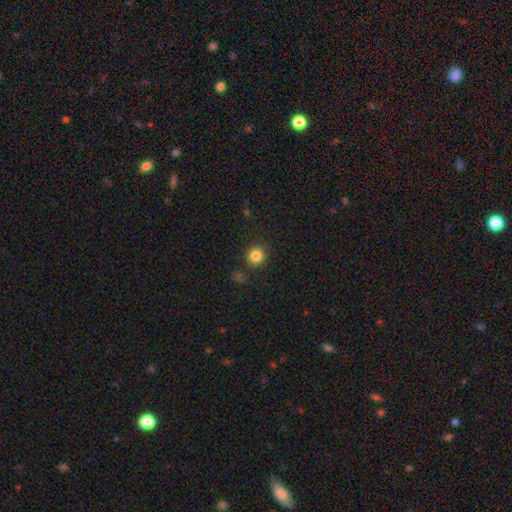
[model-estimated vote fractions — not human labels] A smooth galaxy with no disk features (84%) that is round (92%).

Vote fractions:
- Smooth or featured? smooth: 84% / star or artifact: 12% / featured or disk: 4%
- How rounded? round: 92% / in between: 8% / cigar-shaped: 1%
- Merging? none: 88% / minor disturbance: 7% / merger: 3% / major disturbance: 2%